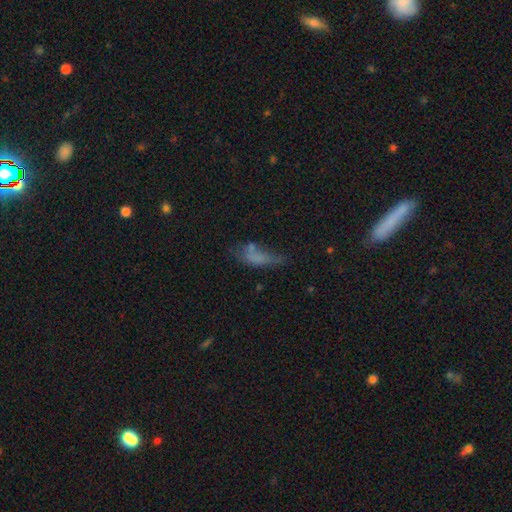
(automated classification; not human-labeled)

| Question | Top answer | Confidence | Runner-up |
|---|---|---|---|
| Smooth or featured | smooth | 58% | featured or disk (27%) |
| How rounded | in between | 70% | cigar-shaped (26%) |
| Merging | major disturbance | 33% | none (29%) |